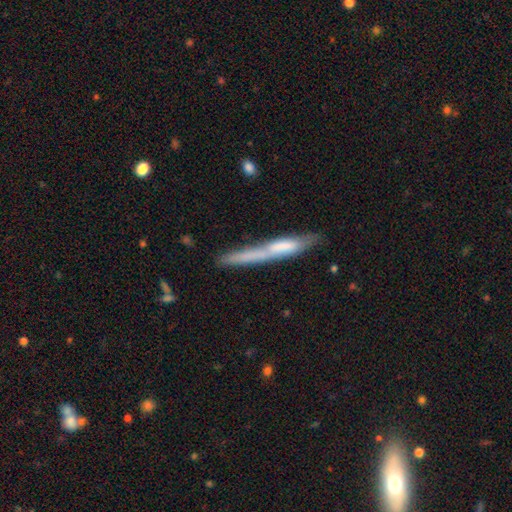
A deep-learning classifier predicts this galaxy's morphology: This is possibly a smooth galaxy (57%). How rounded: clearly cigar-shaped (92%). Merging: possibly none (53%).